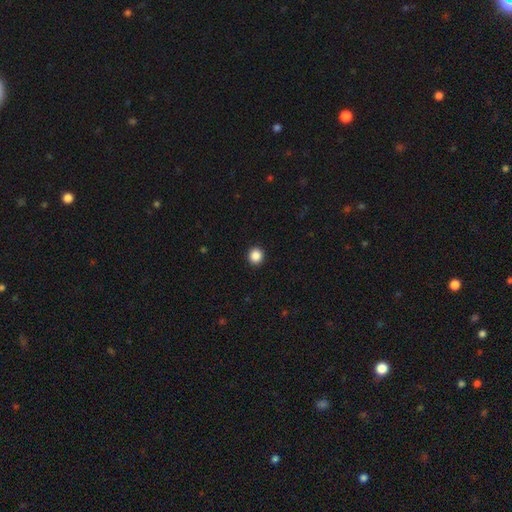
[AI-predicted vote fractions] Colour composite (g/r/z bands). It shows a smooth galaxy with no disk features (87%) that is round (89%). Merging: none (93%).